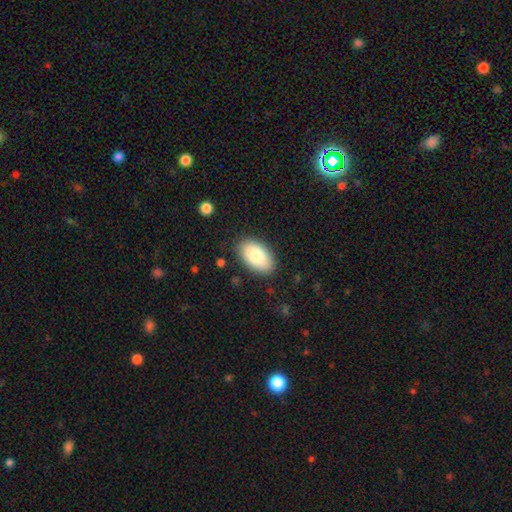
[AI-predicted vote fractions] Q: Smooth or featured?
A: smooth (84%); runner-up: featured or disk (10%)
Q: How rounded?
A: in between (94%); runner-up: round (5%)
Q: Merging?
A: none (85%); runner-up: minor disturbance (11%)